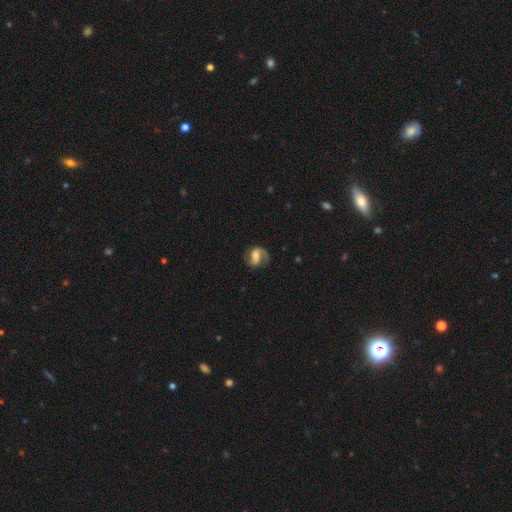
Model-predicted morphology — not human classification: Smooth or featured?
  - featured or disk: 73% *
  - smooth: 20%
  - star or artifact: 7%
Edge-on disk?
  - no: 97% *
  - yes: 3%
Bar?
  - weak: 44% *
  - strong: 30%
  - no: 25%
Spiral arms?
  - yes: 93% *
  - no: 7%
Spiral winding?
  - medium: 46% *
  - loose: 36%
  - tight: 18%
Spiral arm count?
  - 2: 70% *
  - 1: 23%
  - can't tell: 4%
  - 3: 1%
  - 4: 1%
  - more than 4: 1%
Bulge size?
  - moderate: 38% *
  - small: 26%
  - large: 18%
  - none: 16%
  - dominant: 3%
Merging?
  - none: 65% *
  - minor disturbance: 19%
  - major disturbance: 14%
  - merger: 2%